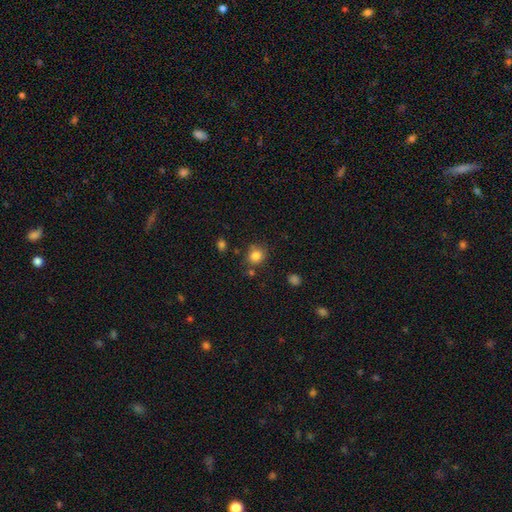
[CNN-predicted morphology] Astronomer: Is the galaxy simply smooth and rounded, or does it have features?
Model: smooth — 83%.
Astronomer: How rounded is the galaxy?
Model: round — 82%.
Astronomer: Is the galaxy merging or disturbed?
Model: none — 76%.